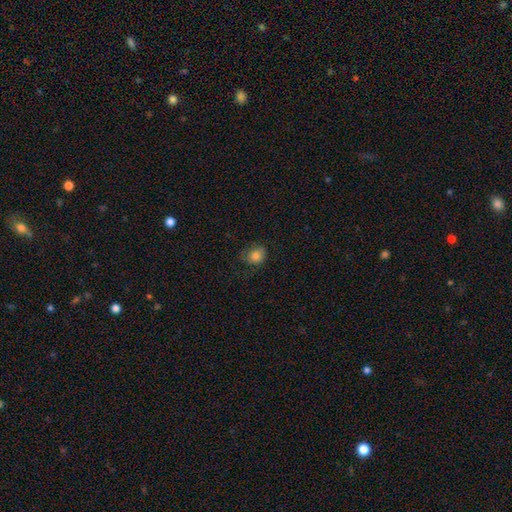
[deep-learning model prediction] Q: Smooth or featured?
A: smooth (82%); runner-up: star or artifact (10%)
Q: How rounded?
A: round (62%); runner-up: in between (37%)
Q: Merging?
A: none (64%); runner-up: minor disturbance (26%)